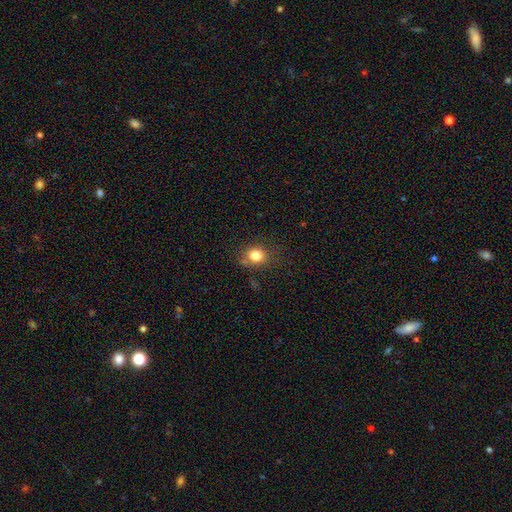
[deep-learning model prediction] Morphology: type=smooth (82%); roundness=round (66%); merging=none (73%).